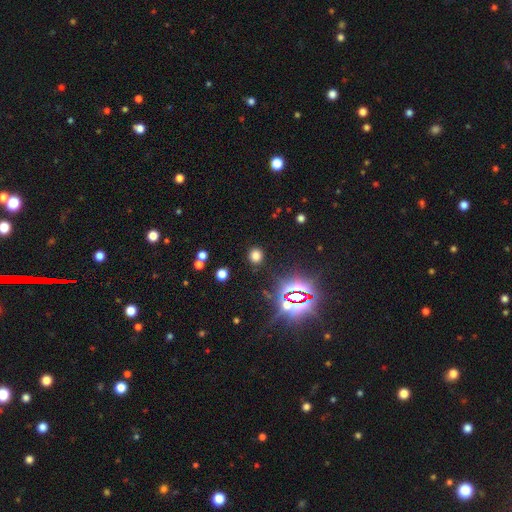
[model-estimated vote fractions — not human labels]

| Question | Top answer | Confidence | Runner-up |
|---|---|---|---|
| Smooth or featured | smooth | 70% | star or artifact (25%) |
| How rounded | round | 86% | in between (13%) |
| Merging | none | 89% | minor disturbance (7%) |